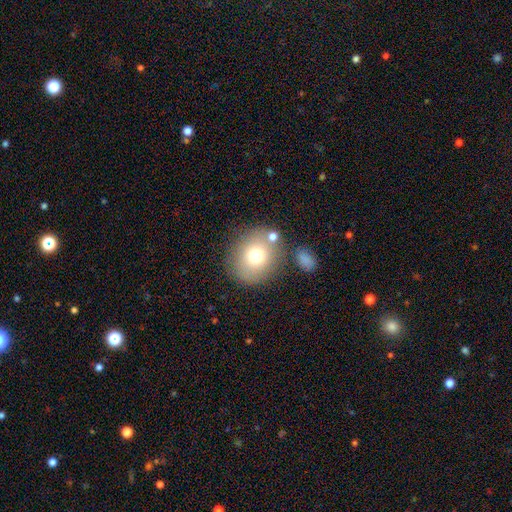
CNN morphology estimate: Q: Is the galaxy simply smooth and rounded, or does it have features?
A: smooth — 74%.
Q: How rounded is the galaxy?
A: round — 72%.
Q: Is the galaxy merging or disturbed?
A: none — 73%.